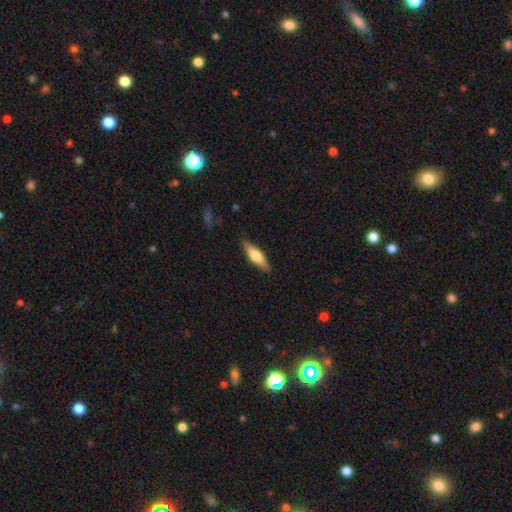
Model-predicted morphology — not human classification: A smooth galaxy with no disk features (55%) that is cigar-shaped (58%).

Vote fractions:
- Smooth or featured? smooth: 55% / featured or disk: 39% / star or artifact: 5%
- How rounded? cigar-shaped: 58% / in between: 40% / round: 2%
- Merging? none: 87% / minor disturbance: 10% / major disturbance: 2% / merger: 1%